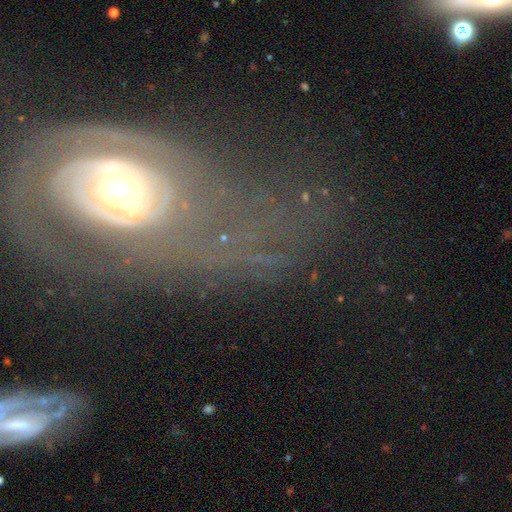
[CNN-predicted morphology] A featured or disk galaxy (76%) with no bar (74%), spiral arms (61%) and a moderate central bulge (62%). Merging: none (50%).